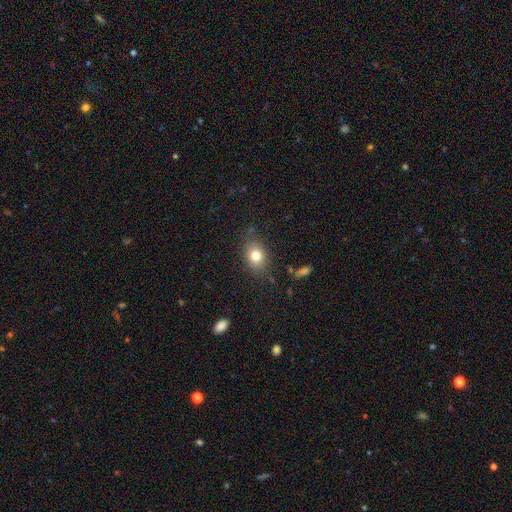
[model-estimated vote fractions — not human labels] smooth-or-featured: smooth: 78% | star or artifact: 11% | featured or disk: 11%
  how-rounded: in between: 62% | round: 37% | cigar-shaped: 1%
  merging: none: 79% | minor disturbance: 15% | major disturbance: 4% | merger: 2%